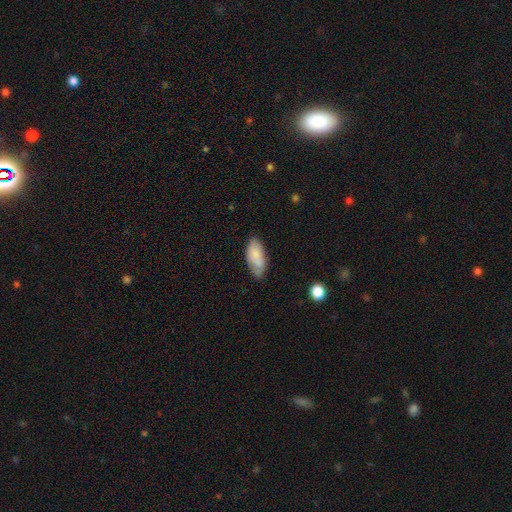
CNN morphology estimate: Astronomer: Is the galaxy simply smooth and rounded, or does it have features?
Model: smooth — 79%.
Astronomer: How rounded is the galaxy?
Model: in between — 90%.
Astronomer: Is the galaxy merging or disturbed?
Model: none — 62%.